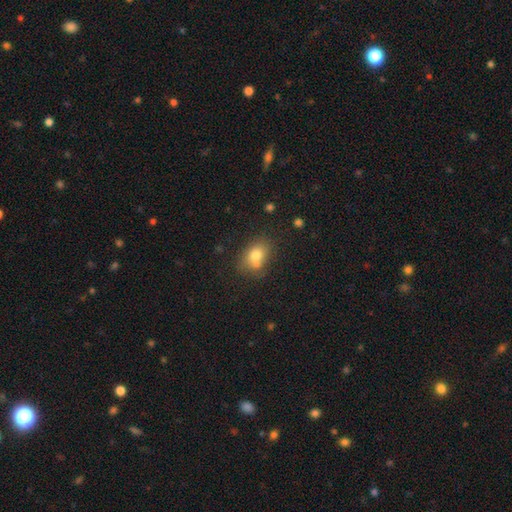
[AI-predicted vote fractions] smooth-or-featured: smooth: 76% | featured or disk: 13% | star or artifact: 11%
  how-rounded: in between: 67% | round: 32% | cigar-shaped: 1%
  merging: none: 55% | merger: 22% | minor disturbance: 17% | major disturbance: 5%